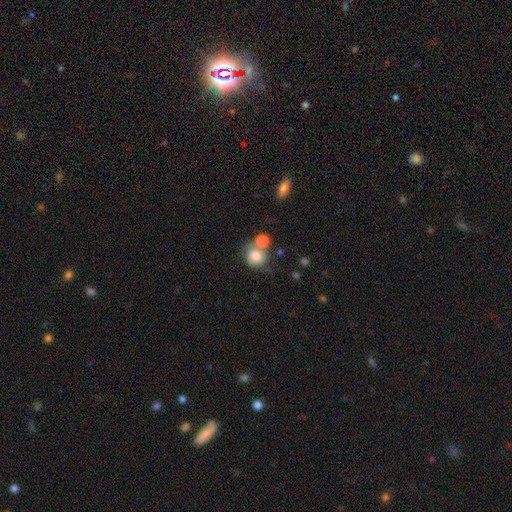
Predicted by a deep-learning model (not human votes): smooth-or-featured: smooth: 74% | featured or disk: 18% | star or artifact: 8%
  how-rounded: round: 78% | in between: 21% | cigar-shaped: 1%
  merging: merger: 40% | none: 37% | minor disturbance: 15% | major disturbance: 9%